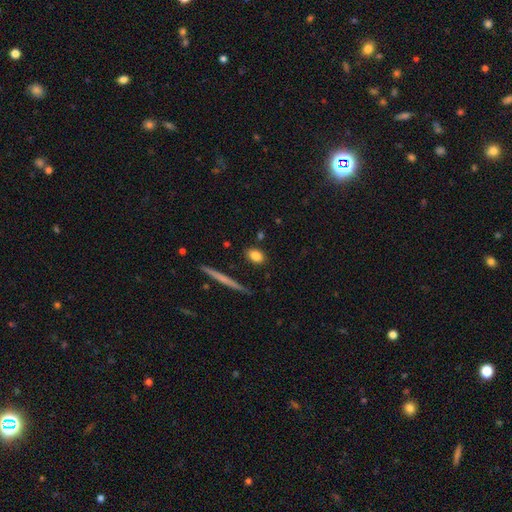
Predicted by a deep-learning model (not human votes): smooth 82%, featured or disk 9%, star or artifact 8%. Down the decision tree: how rounded — in between (74%); merging — none (84%).